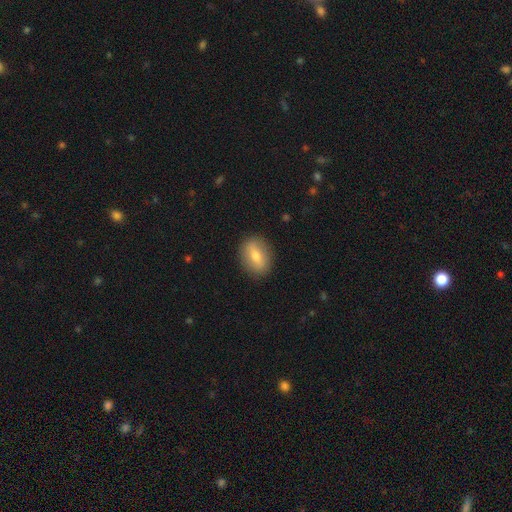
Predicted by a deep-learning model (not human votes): Smooth or featured: smooth — 64% (featured or disk — 29%)
How rounded: in between — 68% (round — 29%)
Merging: none — 86% (minor disturbance — 10%)